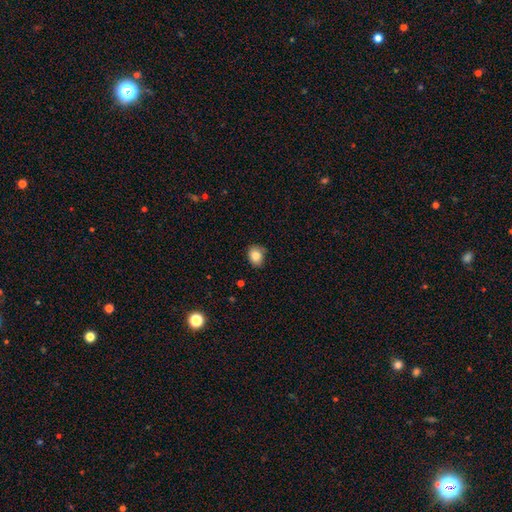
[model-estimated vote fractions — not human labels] smooth-or-featured: smooth: 84% | star or artifact: 10% | featured or disk: 7%
  how-rounded: round: 52% | in between: 47% | cigar-shaped: 1%
  merging: none: 71% | minor disturbance: 23% | major disturbance: 4% | merger: 2%